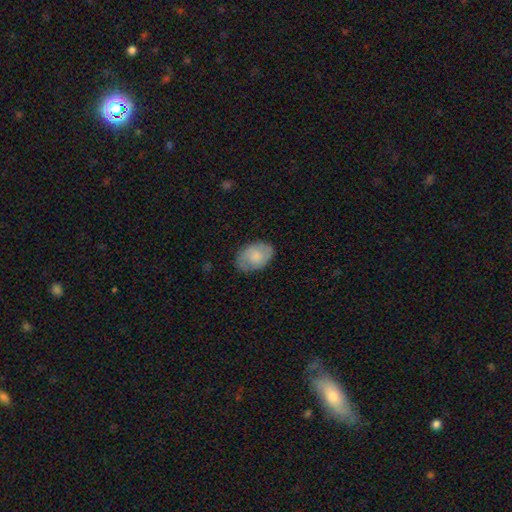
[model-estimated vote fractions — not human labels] Morphology: type=smooth (64%); roundness=in between (82%); merging=none (73%).